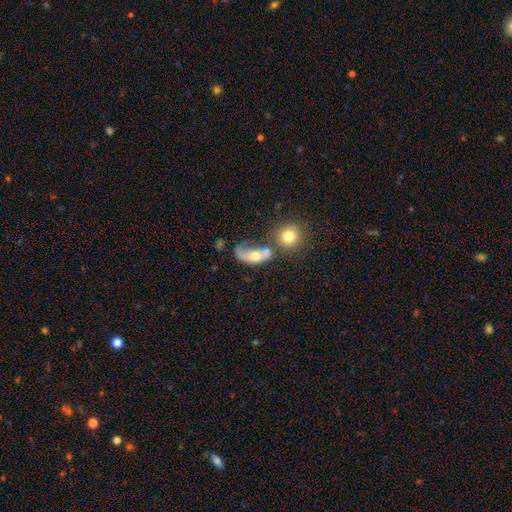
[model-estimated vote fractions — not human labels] Smooth or featured? smooth (54%)
How rounded? in between (68%)
Merging? merger (43%)